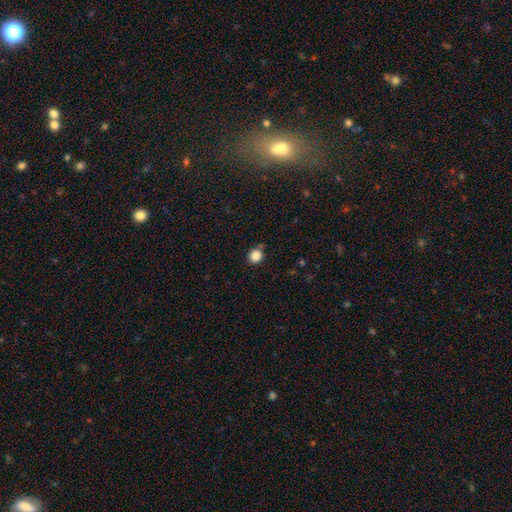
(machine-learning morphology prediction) Smooth or featured: smooth — 86% (star or artifact — 11%)
How rounded: round — 83% (in between — 16%)
Merging: none — 78% (minor disturbance — 13%)